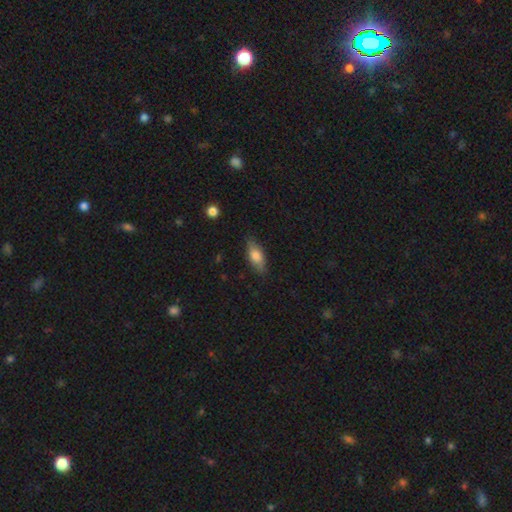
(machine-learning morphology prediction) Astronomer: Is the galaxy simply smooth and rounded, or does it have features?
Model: smooth — 73%.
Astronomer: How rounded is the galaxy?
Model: in between — 79%.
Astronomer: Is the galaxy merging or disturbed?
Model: none — 81%.